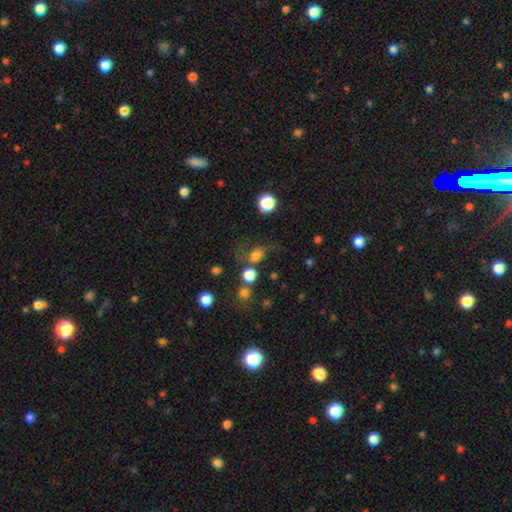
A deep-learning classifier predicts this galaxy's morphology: Smooth or featured? smooth (72%)
How rounded? round (71%)
Merging? none (49%)